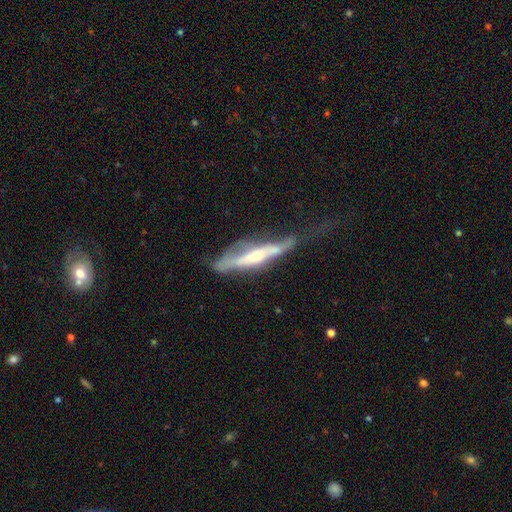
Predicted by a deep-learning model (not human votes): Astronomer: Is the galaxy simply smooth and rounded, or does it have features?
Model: featured or disk — 64%.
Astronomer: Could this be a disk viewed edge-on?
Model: yes — 75%.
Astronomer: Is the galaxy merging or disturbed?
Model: major disturbance — 36% (runner-up: minor disturbance, 30%).